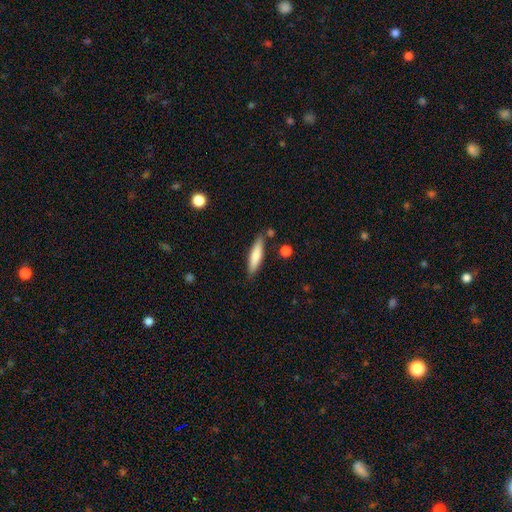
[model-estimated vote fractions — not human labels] Smooth or featured: smooth — 75% (featured or disk — 19%)
How rounded: cigar-shaped — 76% (in between — 23%)
Merging: none — 81% (minor disturbance — 12%)